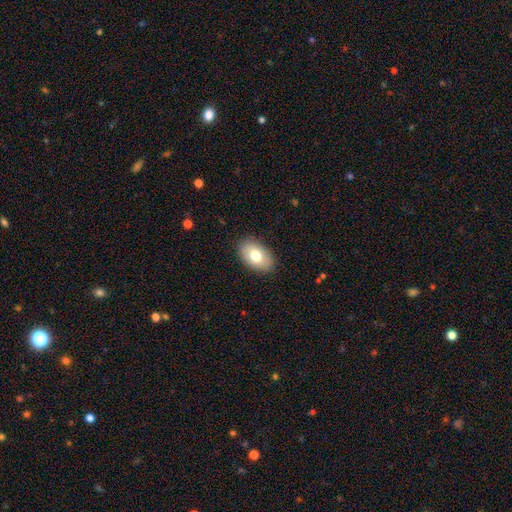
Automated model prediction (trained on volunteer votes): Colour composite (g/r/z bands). It shows a smooth galaxy with no disk features (75%) that is in between round and cigar-shaped (91%). Merging: none (87%).